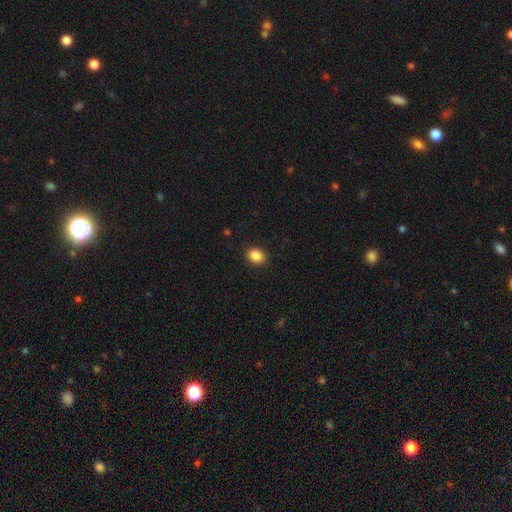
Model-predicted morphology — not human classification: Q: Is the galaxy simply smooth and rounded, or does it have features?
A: smooth — 87%.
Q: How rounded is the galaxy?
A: in between — 55%.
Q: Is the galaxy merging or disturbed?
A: none — 90%.